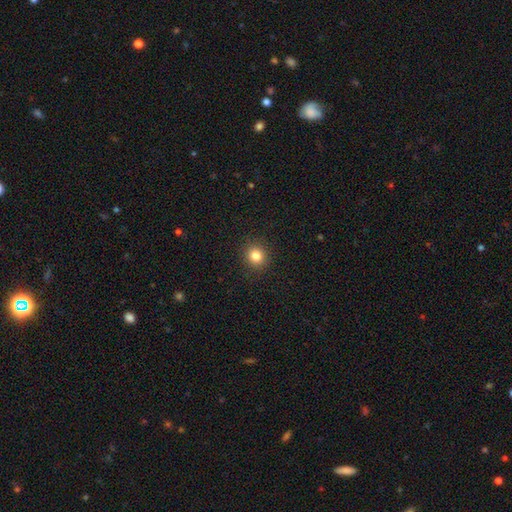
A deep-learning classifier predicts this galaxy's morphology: Smooth or featured?
  - smooth: 83% *
  - star or artifact: 12%
  - featured or disk: 5%
How rounded?
  - round: 88% *
  - in between: 11%
  - cigar-shaped: 1%
Merging?
  - none: 92% *
  - minor disturbance: 5%
  - major disturbance: 2%
  - merger: 1%